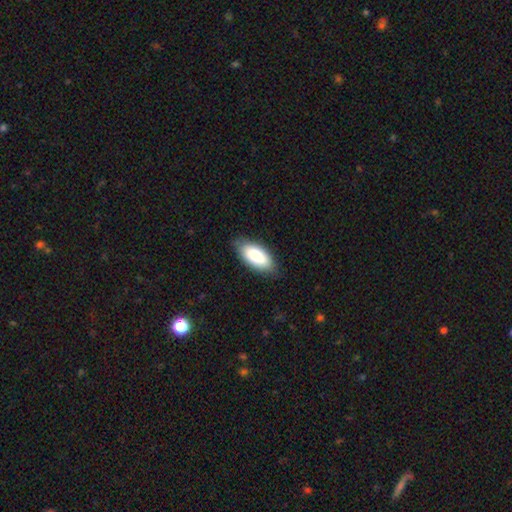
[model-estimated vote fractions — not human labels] A smooth galaxy with no disk features (83%) that is in between round and cigar-shaped (90%). Merging: none (81%).